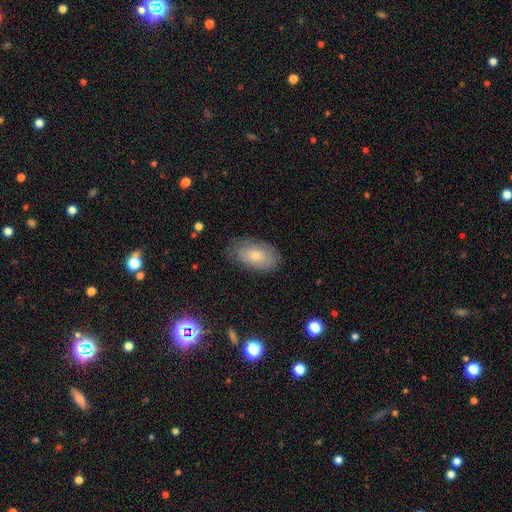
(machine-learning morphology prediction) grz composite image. It shows a smooth galaxy with no disk features (74%) that is in between round and cigar-shaped (93%). Merging: none (76%).